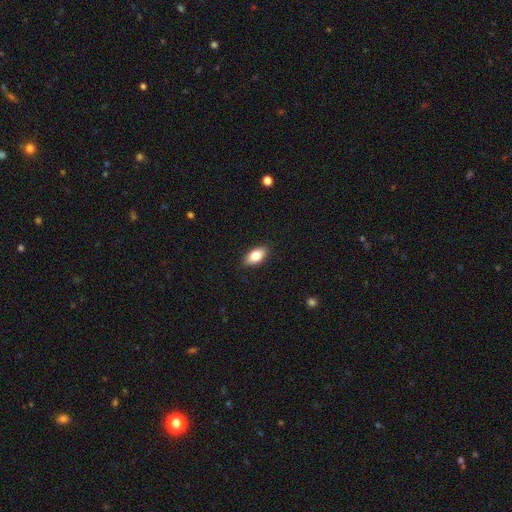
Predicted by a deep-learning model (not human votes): The model was most divided on "smooth or featured": smooth: 81%, featured or disk: 12%, star or artifact: 7%. More confident: how rounded — in between (91%); merging — none (88%).